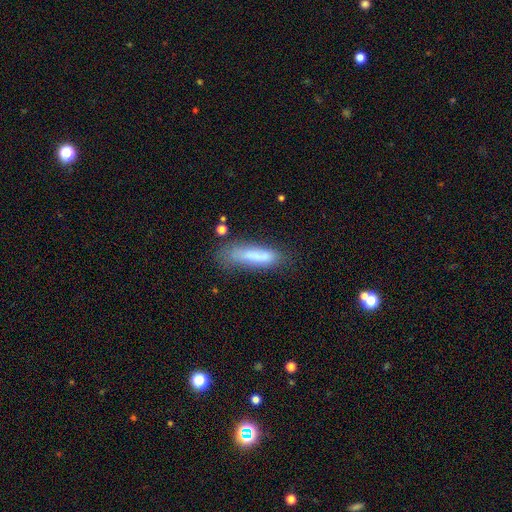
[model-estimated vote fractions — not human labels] smooth-or-featured: smooth: 76% | featured or disk: 15% | star or artifact: 9%
  how-rounded: cigar-shaped: 74% | in between: 24% | round: 2%
  merging: none: 62% | minor disturbance: 23% | major disturbance: 10% | merger: 4%